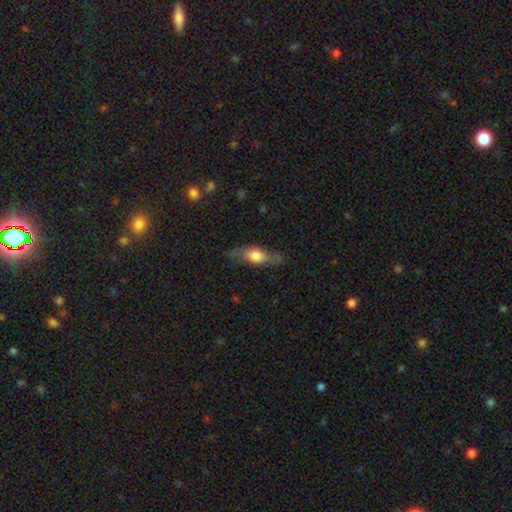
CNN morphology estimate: This is possibly a smooth galaxy (54%). How rounded: likely in between (63%). Merging: likely none (66%).